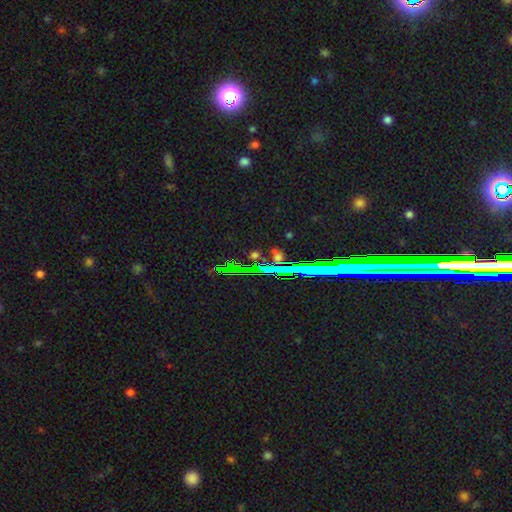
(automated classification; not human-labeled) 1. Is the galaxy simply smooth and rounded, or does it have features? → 72% star or artifact, 16% smooth, 12% featured or disk.